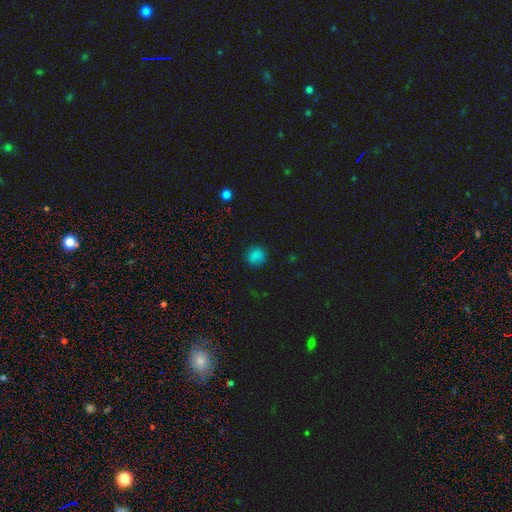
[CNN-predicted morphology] Smooth or featured: smooth — 81% (star or artifact — 16%)
How rounded: round — 85% (in between — 14%)
Merging: none — 87% (minor disturbance — 9%)